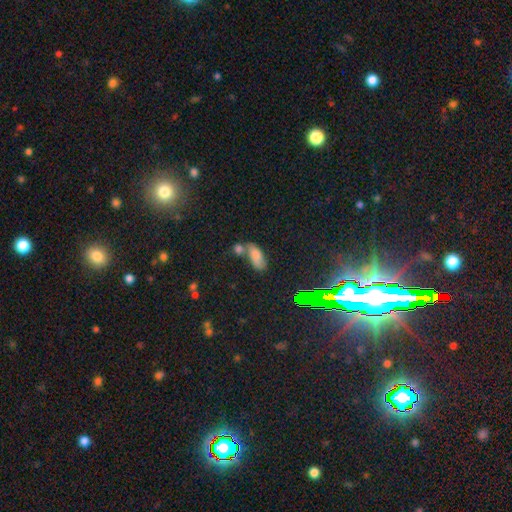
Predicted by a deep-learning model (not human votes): The model was most divided on "merging": merger: 46%, none: 34%, minor disturbance: 13%, major disturbance: 7%. More confident: how rounded — in between (82%); smooth or featured — smooth (71%).